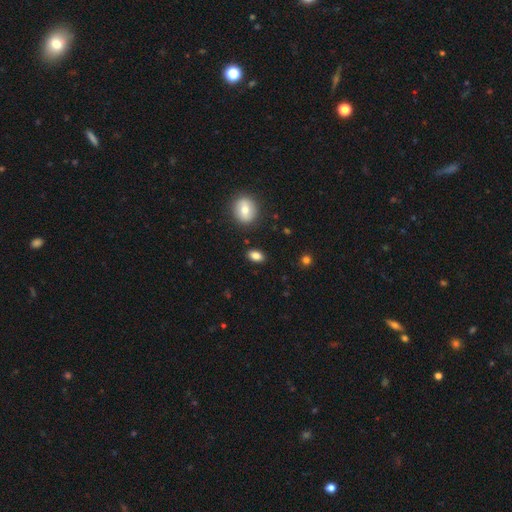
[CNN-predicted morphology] Smooth or featured? Predicted: smooth (p=0.85). How rounded? Predicted: in between (p=0.86). Merging? Predicted: none (p=0.87).